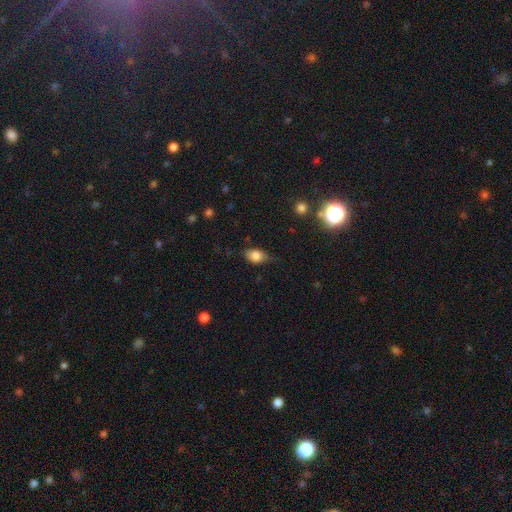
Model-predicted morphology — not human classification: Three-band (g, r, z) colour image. It shows a smooth galaxy with no disk features (80%) that is in between round and cigar-shaped (81%). Merging: none (59%).